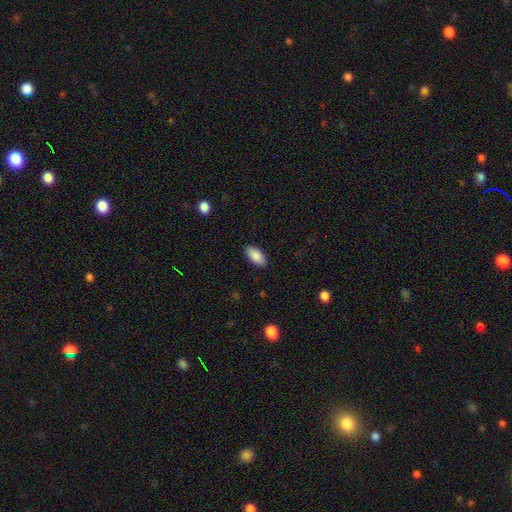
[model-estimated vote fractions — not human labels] Overall: smooth (89%). How rounded: in between (92%). Merging: none (89%).